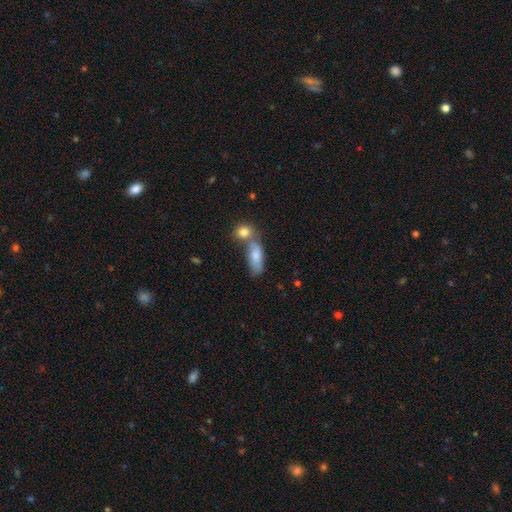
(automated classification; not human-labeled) Overall: smooth (78%). How rounded: in between (76%). Merging: merger (42%; none 37%).